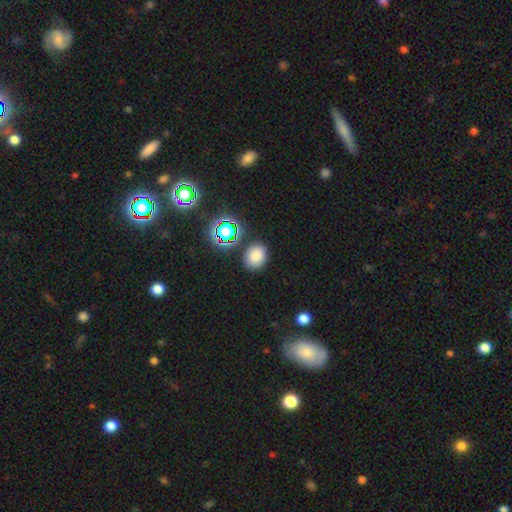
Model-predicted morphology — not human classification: Smooth or featured?
  - smooth: 76% *
  - star or artifact: 17%
  - featured or disk: 6%
How rounded?
  - round: 53% *
  - in between: 45%
  - cigar-shaped: 1%
Merging?
  - none: 82% *
  - minor disturbance: 11%
  - merger: 4%
  - major disturbance: 3%